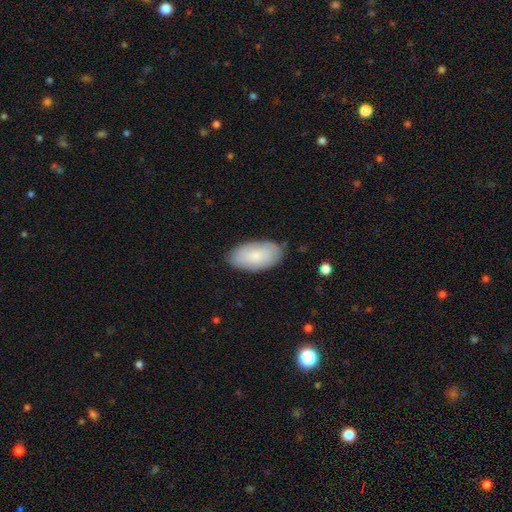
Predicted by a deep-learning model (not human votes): Q: Smooth or featured?
A: smooth (80%); runner-up: featured or disk (15%)
Q: How rounded?
A: in between (95%); runner-up: cigar-shaped (2%)
Q: Merging?
A: none (81%); runner-up: minor disturbance (15%)